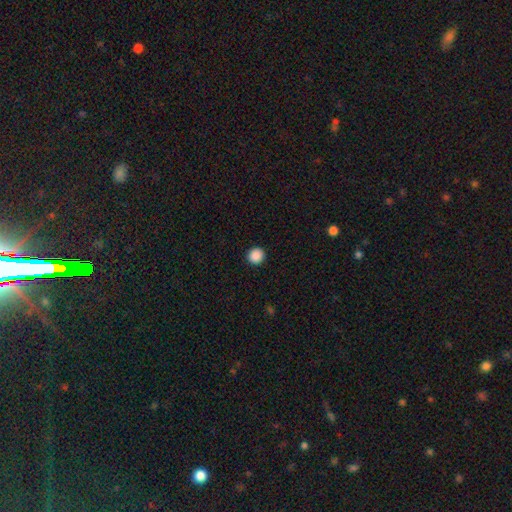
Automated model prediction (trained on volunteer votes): A smooth galaxy with no disk features (89%) that is round (94%).

Vote fractions:
- Smooth or featured? smooth: 89% / star or artifact: 9% / featured or disk: 2%
- How rounded? round: 94% / in between: 5% / cigar-shaped: 1%
- Merging? none: 93% / minor disturbance: 4% / major disturbance: 2% / merger: 1%